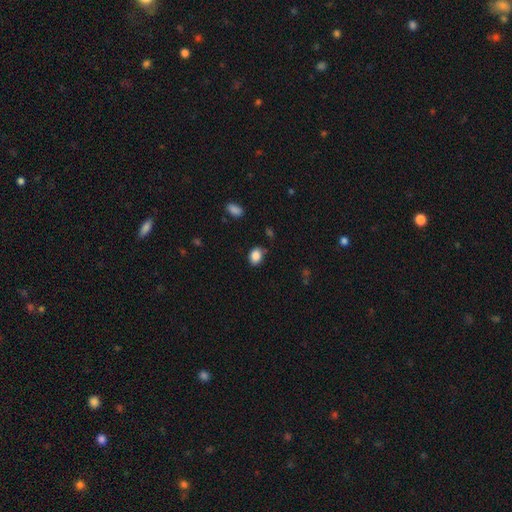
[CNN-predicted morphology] smooth 86%, star or artifact 9%, featured or disk 5%. Down the decision tree: how rounded — in between (62%); merging — none (74%).